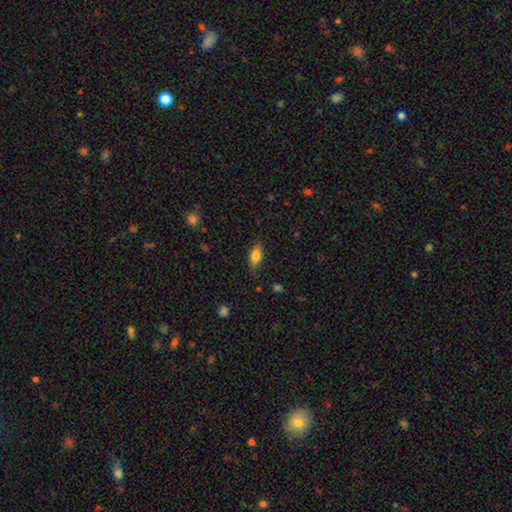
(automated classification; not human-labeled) A smooth galaxy with no disk features (73%) that is in between round and cigar-shaped (82%).

Vote fractions:
- Smooth or featured? smooth: 73% / featured or disk: 19% / star or artifact: 8%
- How rounded? in between: 82% / cigar-shaped: 13% / round: 4%
- Merging? none: 79% / minor disturbance: 16% / major disturbance: 3% / merger: 1%